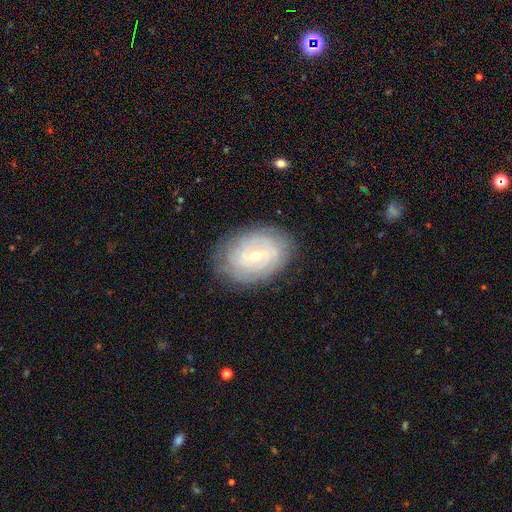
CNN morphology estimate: featured or disk 77%, smooth 17%, star or artifact 7%. Down the decision tree: edge-on disk — no (95%); bar — weak (45%); spiral arms — yes (85%); spiral arm count — can't tell (52%); spiral winding — tight (79%); bulge size — small (57%); merging — none (81%).